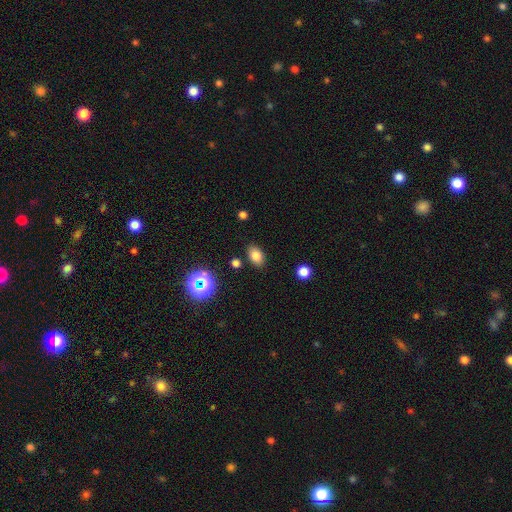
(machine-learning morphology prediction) smooth_or_featured: smooth (p=0.78) [alt: star or artifact p=0.14]
how_rounded: in between (p=0.84) [alt: round p=0.15]
merging: none (p=0.84) [alt: minor disturbance p=0.10]